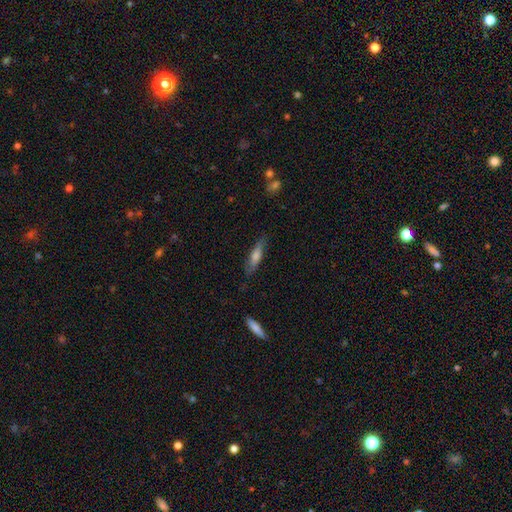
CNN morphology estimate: This appears to be a smooth galaxy with no disk features (55%) that is cigar-shaped (76%). Merging: none (79%).